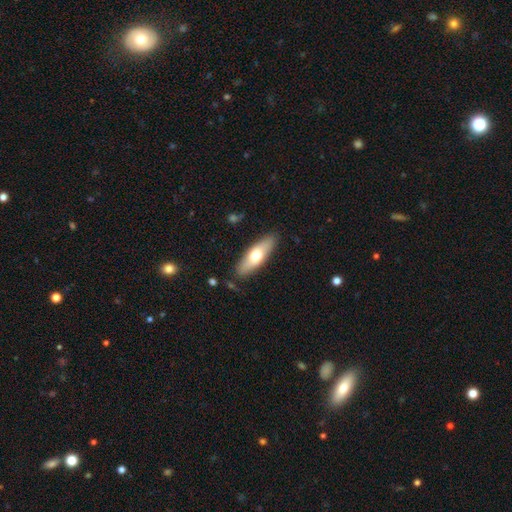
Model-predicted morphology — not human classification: A smooth galaxy with no disk features (61%) that is in between round and cigar-shaped (52%). Merging: none (85%).